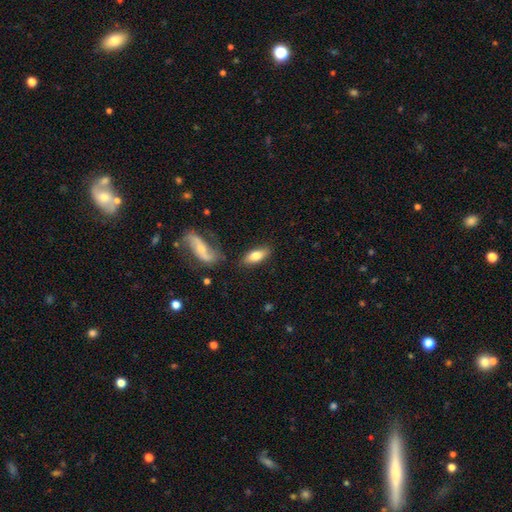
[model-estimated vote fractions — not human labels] Smooth or featured? smooth (74%)
How rounded? in between (79%)
Merging? none (78%)